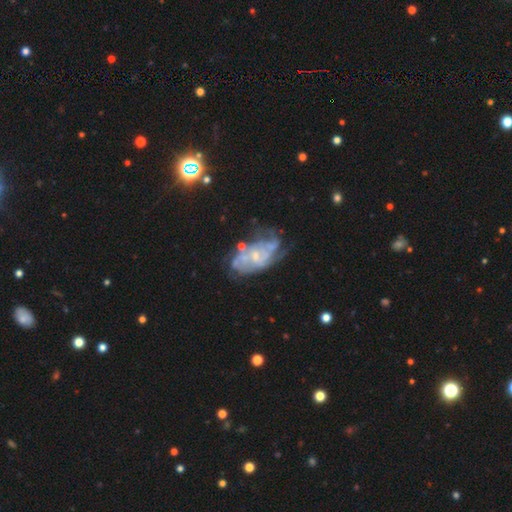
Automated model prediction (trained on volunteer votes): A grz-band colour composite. It shows a featured or disk galaxy (77%) with no bar (66%), tight (47%) spiral arms (74%) and a small central bulge (66%). Merging: none (44%).